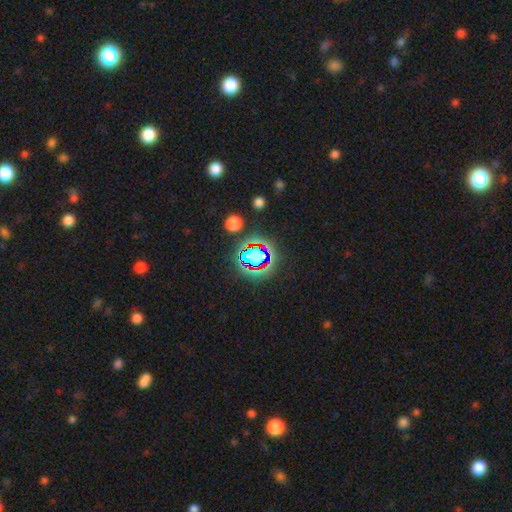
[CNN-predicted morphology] The model was most divided on "smooth or featured": star or artifact: 62%, smooth: 24%, featured or disk: 14%.